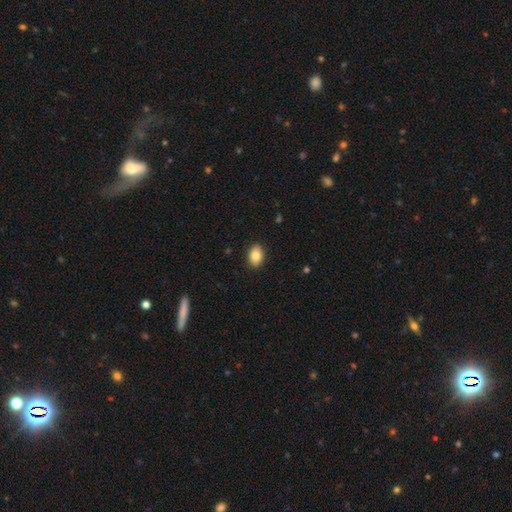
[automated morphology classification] type=smooth (85%); roundness=in between (86%); merging=none (90%).